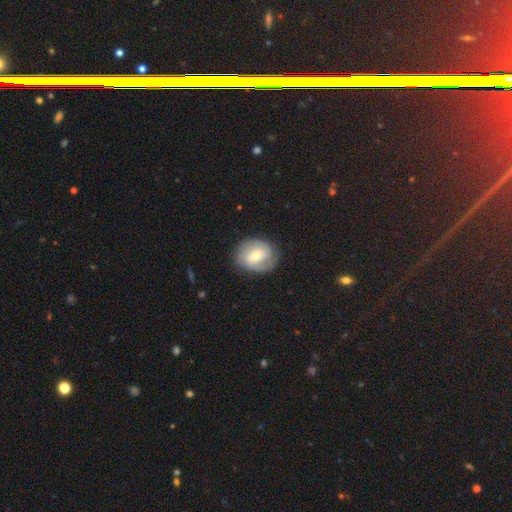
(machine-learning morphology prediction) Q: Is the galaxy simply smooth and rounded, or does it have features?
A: featured or disk — 69%.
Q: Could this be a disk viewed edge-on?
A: no — 97%.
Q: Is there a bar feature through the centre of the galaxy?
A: weak — 48%.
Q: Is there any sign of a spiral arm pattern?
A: yes — 84%.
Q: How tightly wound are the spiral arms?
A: tight — 54%.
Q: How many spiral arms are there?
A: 2 — 68%.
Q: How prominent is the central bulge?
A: moderate — 61%.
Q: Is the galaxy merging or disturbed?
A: none — 80%.